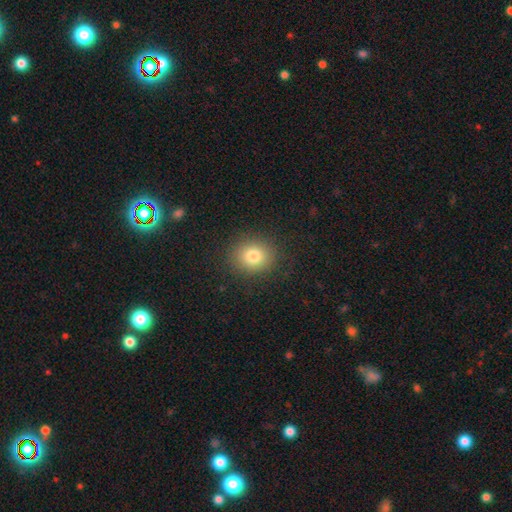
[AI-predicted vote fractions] Smooth or featured: smooth — 80% (star or artifact — 11%)
How rounded: round — 73% (in between — 26%)
Merging: none — 87% (minor disturbance — 8%)